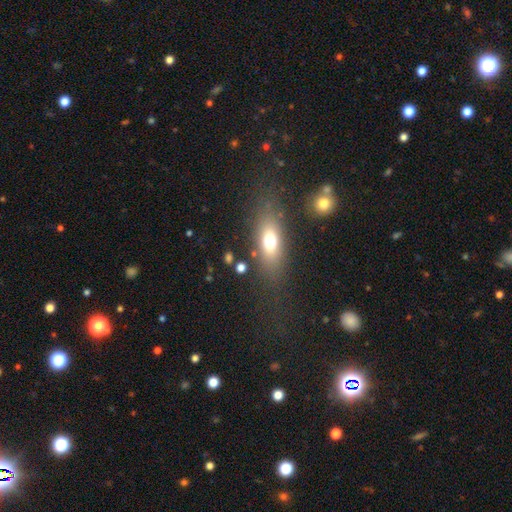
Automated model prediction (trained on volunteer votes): This appears to be a smooth galaxy with no disk features (51%) that is in between round and cigar-shaped (48%). Merging: none (76%).